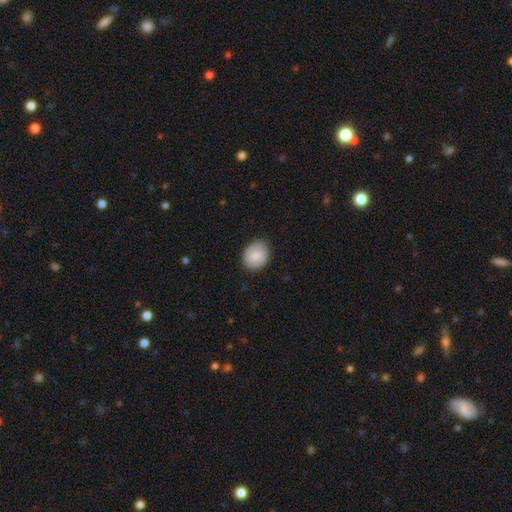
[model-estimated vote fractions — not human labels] The model was most divided on "how rounded": round: 53%, in between: 46%, cigar-shaped: 1%. More confident: merging — none (78%); smooth or featured — smooth (74%).